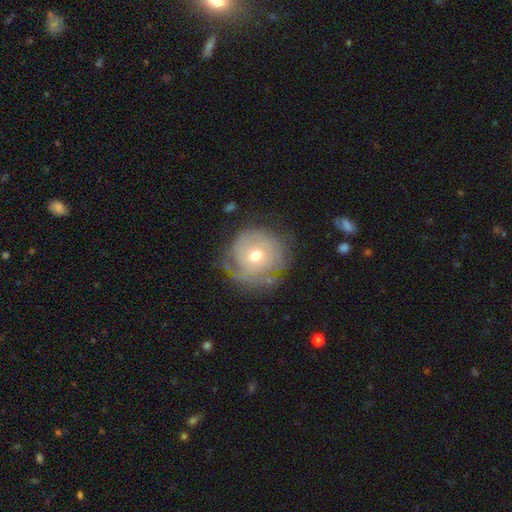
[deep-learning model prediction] featured or disk 49%, smooth 43%, star or artifact 9%. Down the decision tree: merging — none (66%).